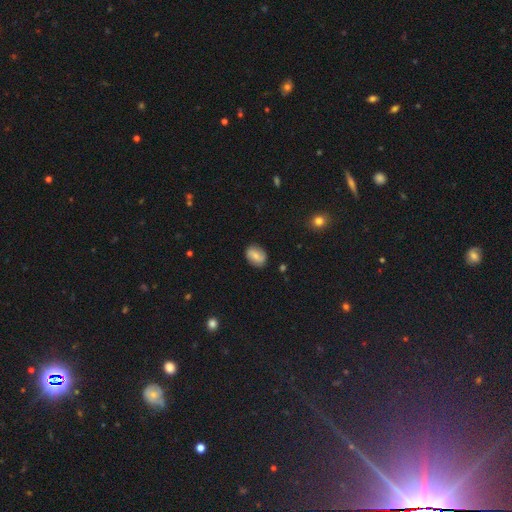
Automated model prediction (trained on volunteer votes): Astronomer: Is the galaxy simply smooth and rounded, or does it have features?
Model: smooth — 59%.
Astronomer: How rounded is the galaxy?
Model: in between — 69%.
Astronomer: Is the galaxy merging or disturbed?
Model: none — 83%.